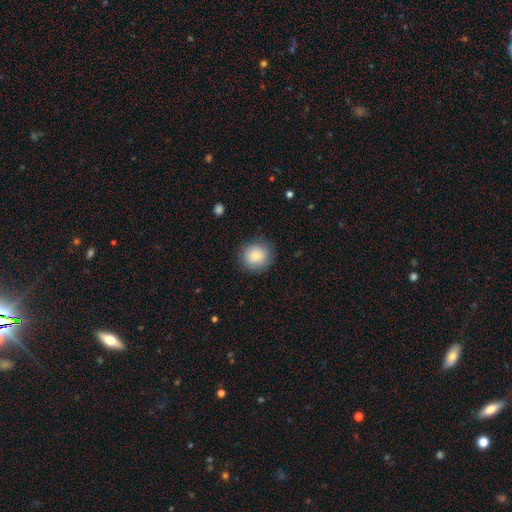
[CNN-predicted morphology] smooth-or-featured: smooth: 83% | featured or disk: 9% | star or artifact: 8%
  how-rounded: round: 87% | in between: 12% | cigar-shaped: 1%
  merging: none: 85% | minor disturbance: 10% | major disturbance: 3% | merger: 1%